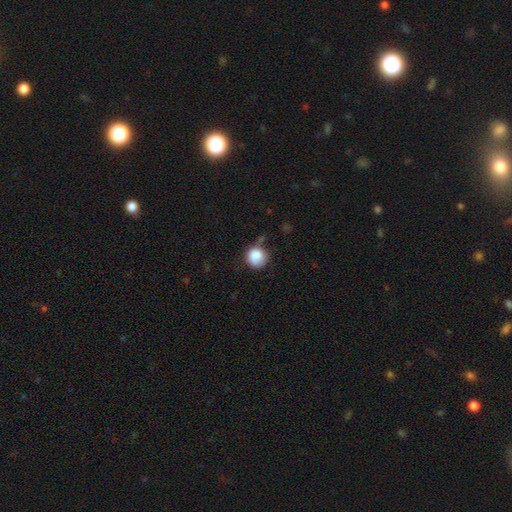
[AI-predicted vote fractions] Overall: smooth (86%). How rounded: round (89%). Merging: none (60%; minor disturbance 27%).